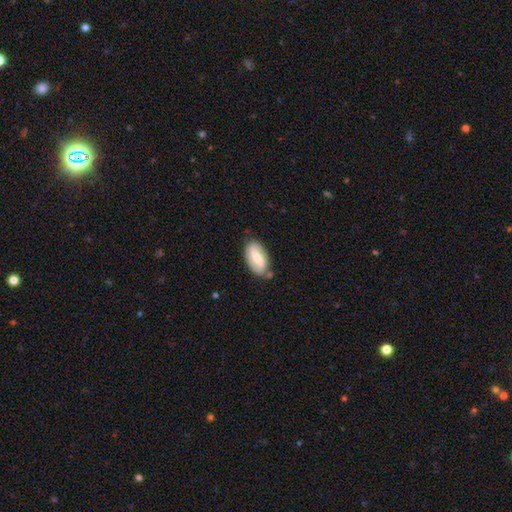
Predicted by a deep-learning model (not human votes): Smooth or featured? featured or disk (51%)
Edge-on disk? no (89%)
Merging? none (77%)